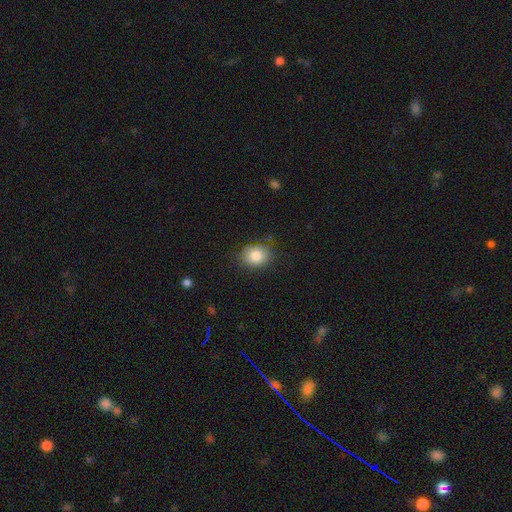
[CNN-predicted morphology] This appears to be a smooth galaxy with no disk features (84%) that is round (68%). Merging: none (79%).